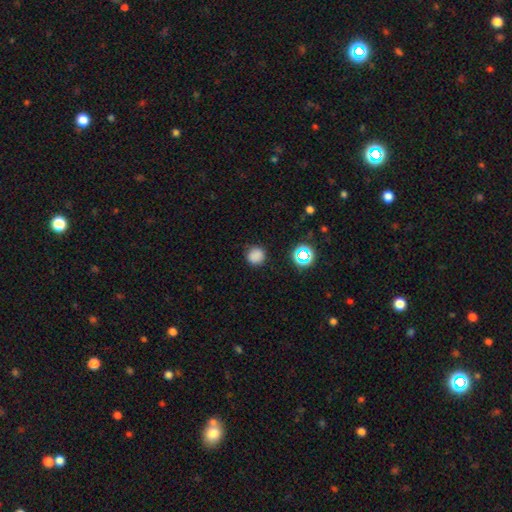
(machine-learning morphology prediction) Smooth or featured?
  - smooth: 80% *
  - star or artifact: 16%
  - featured or disk: 4%
How rounded?
  - round: 92% *
  - in between: 7%
  - cigar-shaped: 1%
Merging?
  - none: 87% *
  - minor disturbance: 9%
  - major disturbance: 3%
  - merger: 2%